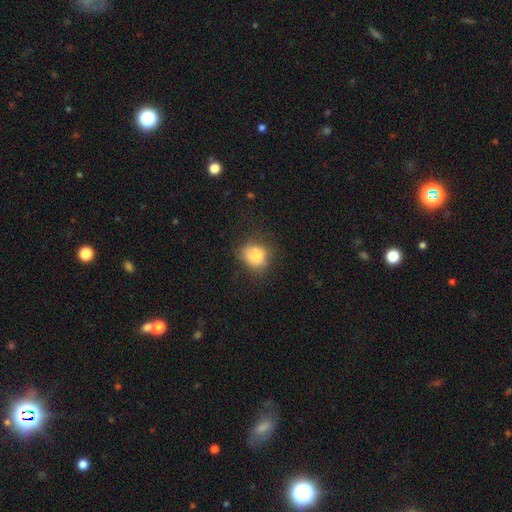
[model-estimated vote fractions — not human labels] Smooth or featured?
  - smooth: 65% *
  - featured or disk: 24%
  - star or artifact: 11%
How rounded?
  - round: 59% *
  - in between: 39%
  - cigar-shaped: 1%
Merging?
  - none: 43% *
  - merger: 26%
  - minor disturbance: 21%
  - major disturbance: 10%